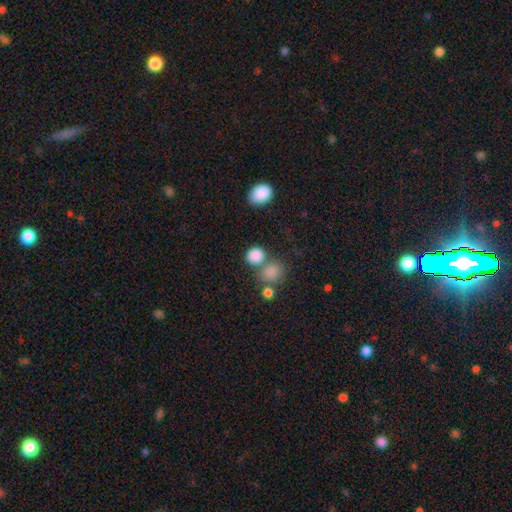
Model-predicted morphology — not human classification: Smooth or featured: smooth — 85% (star or artifact — 11%)
How rounded: round — 73% (in between — 26%)
Merging: none — 59% (merger — 25%)